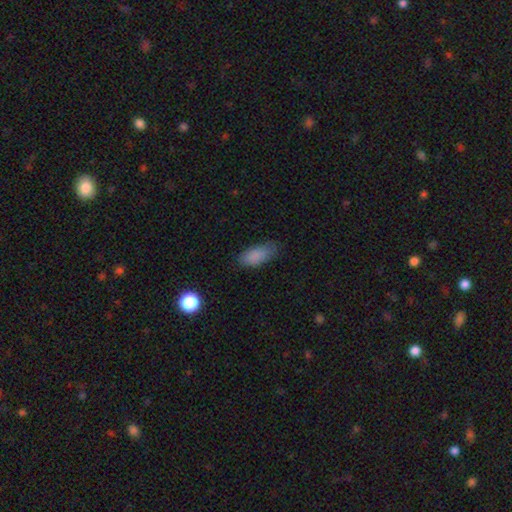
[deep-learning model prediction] smooth 86%, star or artifact 8%, featured or disk 6%. Down the decision tree: how rounded — in between (86%); merging — none (73%).